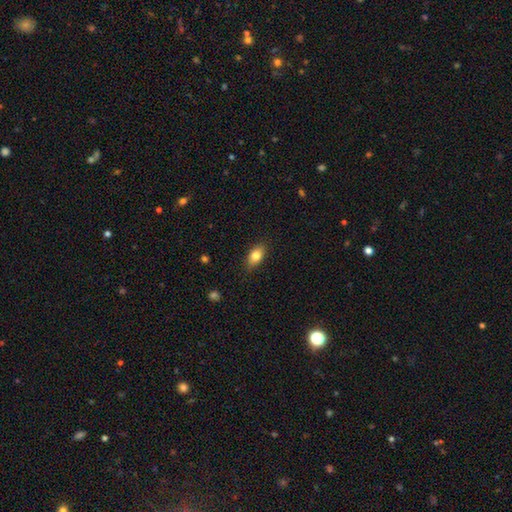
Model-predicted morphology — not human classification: The model was most divided on "smooth or featured": smooth: 82%, featured or disk: 10%, star or artifact: 8%. More confident: how rounded — in between (88%); merging — none (85%).